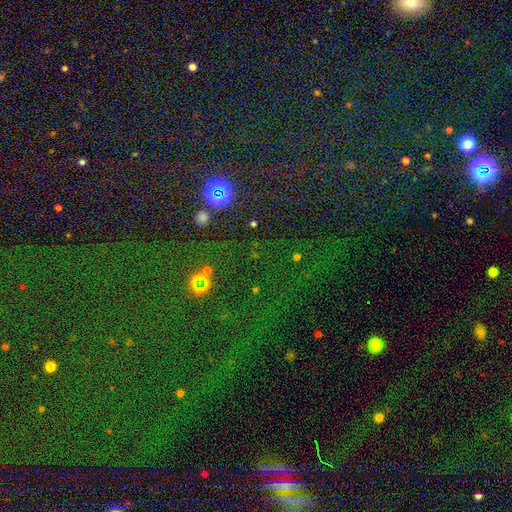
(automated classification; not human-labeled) Overall: star or artifact (81%).